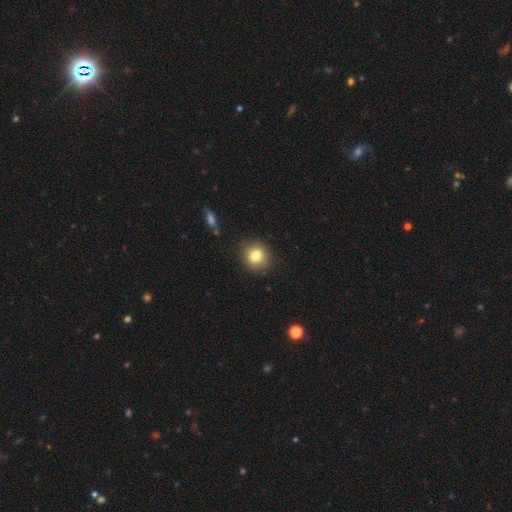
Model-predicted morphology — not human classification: Smooth or featured? Predicted: smooth (p=0.81). How rounded? Predicted: round (p=0.89). Merging? Predicted: none (p=0.88).